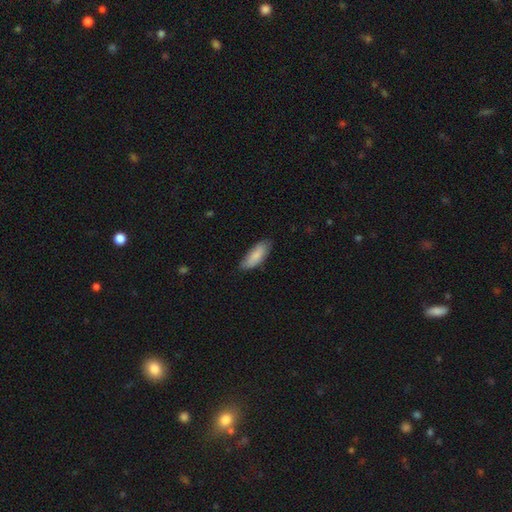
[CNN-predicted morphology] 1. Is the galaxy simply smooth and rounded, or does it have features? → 84% smooth, 11% featured or disk, 5% star or artifact.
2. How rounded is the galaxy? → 75% in between, 24% cigar-shaped, 2% round.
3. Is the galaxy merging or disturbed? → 76% none, 20% minor disturbance, 3% major disturbance, 1% merger.